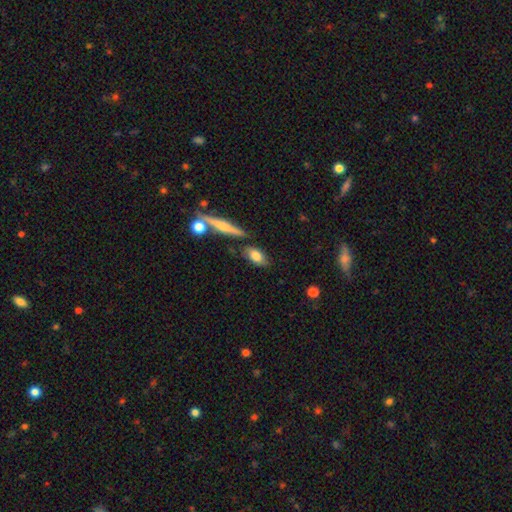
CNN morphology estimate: A smooth galaxy with no disk features (77%) that is in between round and cigar-shaped (84%). Merging: none (74%).